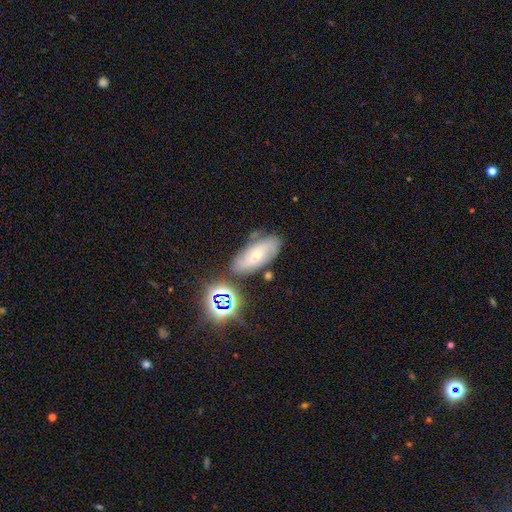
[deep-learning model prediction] Smooth or featured? Predicted: featured or disk (p=0.48). Merging? Predicted: none (p=0.73).